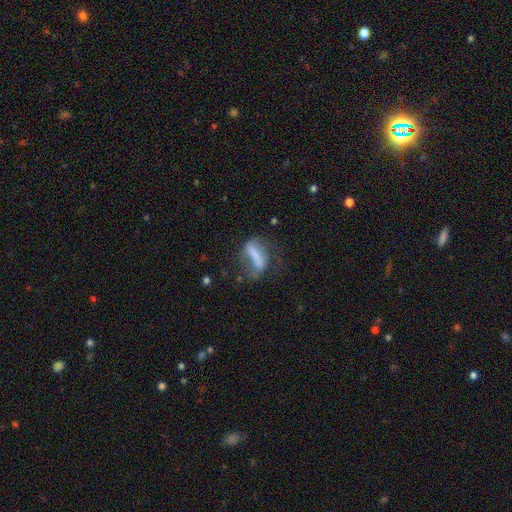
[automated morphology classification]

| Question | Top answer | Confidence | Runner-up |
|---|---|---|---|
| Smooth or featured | featured or disk | 49% | smooth (42%) |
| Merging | none | 39% | major disturbance (34%) |